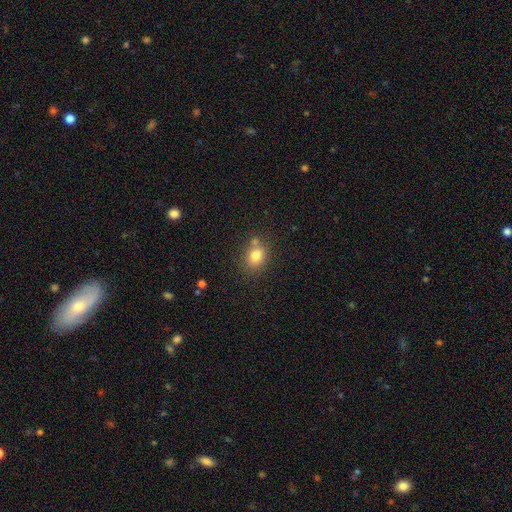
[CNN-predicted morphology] type=smooth (79%); roundness=round (54%); merging=none (64%).